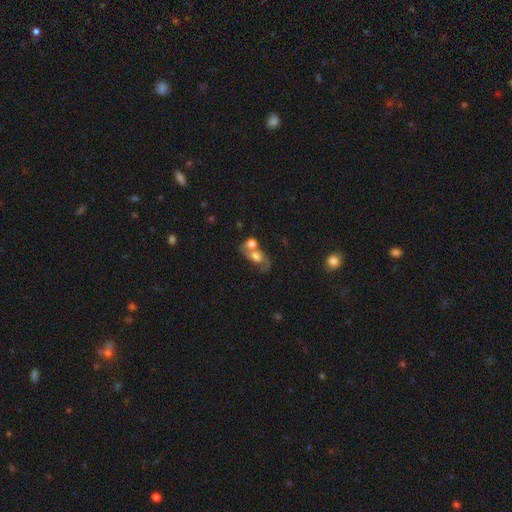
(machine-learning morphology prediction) This is possibly a smooth galaxy (53%). How rounded: likely in between (68%). Merging: possibly merger (49%).